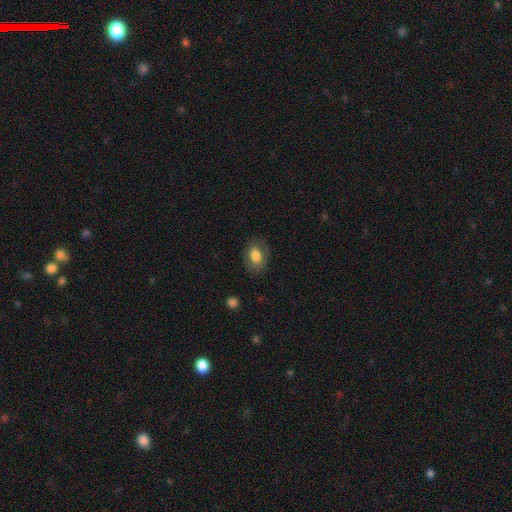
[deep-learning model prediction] smooth_or_featured: smooth (p=0.74) [alt: featured or disk p=0.18]
how_rounded: in between (p=0.82) [alt: round p=0.17]
merging: none (p=0.80) [alt: minor disturbance p=0.14]